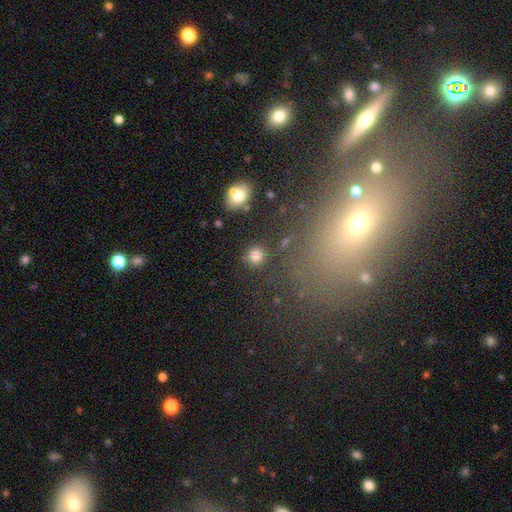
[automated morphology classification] Smooth or featured? Predicted: smooth (p=0.81). How rounded? Predicted: round (p=0.91). Merging? Predicted: none (p=0.83).